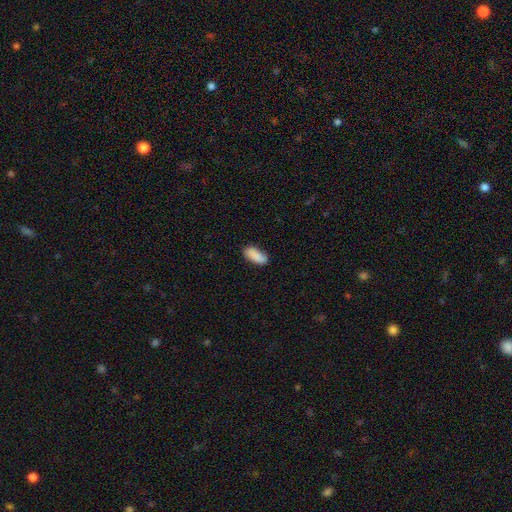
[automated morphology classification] smooth_or_featured: smooth (p=0.88) [alt: star or artifact p=0.07]
how_rounded: in between (p=0.82) [alt: cigar-shaped p=0.15]
merging: none (p=0.80) [alt: minor disturbance p=0.15]